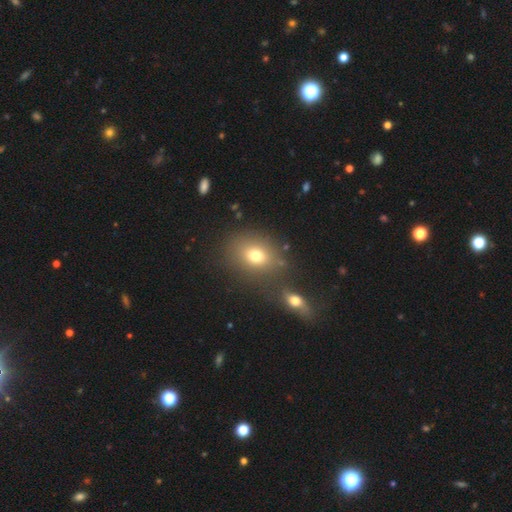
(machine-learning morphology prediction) Smooth or featured? Predicted: smooth (p=0.74). How rounded? Predicted: round (p=0.49, tied with in between). Merging? Predicted: none (p=0.70).